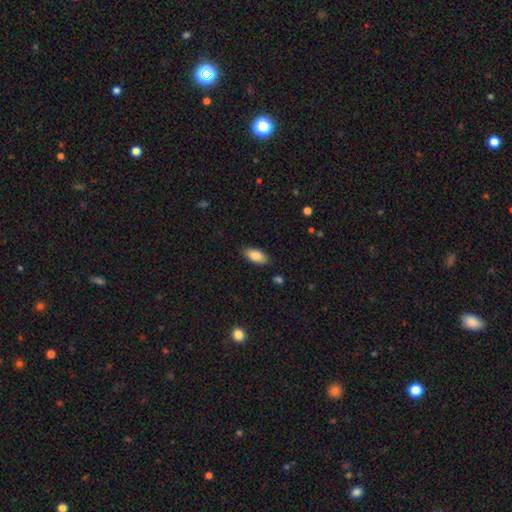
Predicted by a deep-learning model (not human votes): smooth 87%, featured or disk 7%, star or artifact 7%. Down the decision tree: how rounded — in between (89%); merging — none (87%).